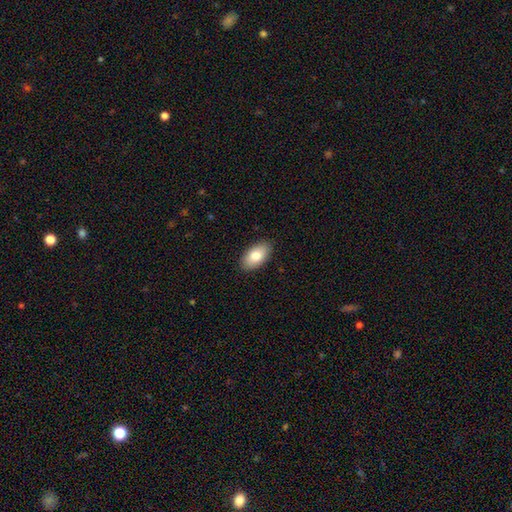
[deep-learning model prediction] Smooth or featured? smooth (82%)
How rounded? in between (95%)
Merging? none (89%)